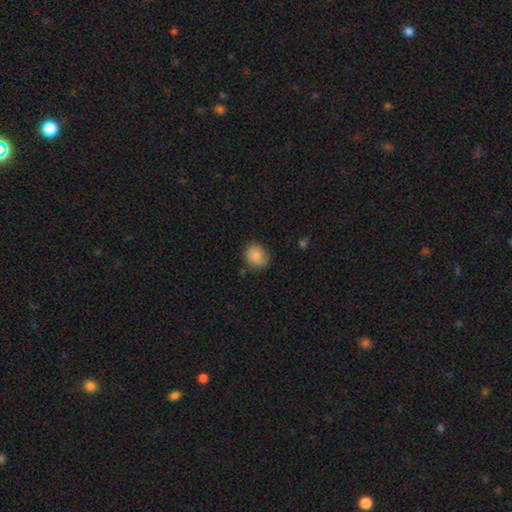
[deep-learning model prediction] Smooth or featured? Predicted: smooth (p=0.83). How rounded? Predicted: round (p=0.68). Merging? Predicted: none (p=0.71).